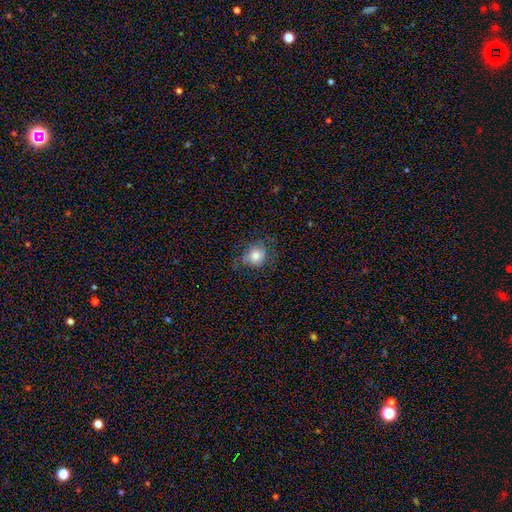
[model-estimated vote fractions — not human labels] A smooth galaxy with no disk features (73%) that is round (65%).

Vote fractions:
- Smooth or featured? smooth: 73% / featured or disk: 17% / star or artifact: 10%
- How rounded? round: 65% / in between: 34% / cigar-shaped: 1%
- Merging? none: 62% / minor disturbance: 25% / major disturbance: 12% / merger: 1%